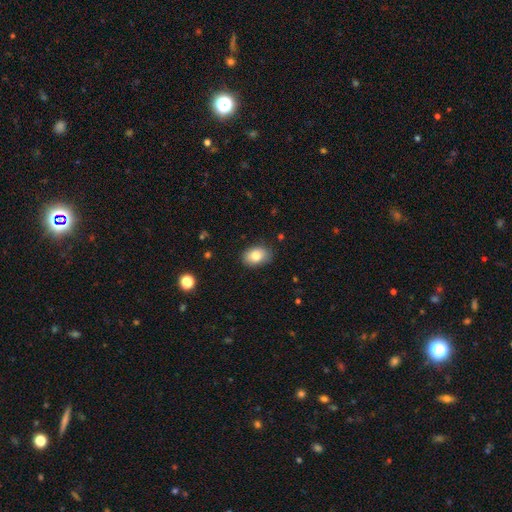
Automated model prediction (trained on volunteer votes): smooth_or_featured: smooth (p=0.83) [alt: featured or disk p=0.09]
how_rounded: in between (p=0.83) [alt: round p=0.16]
merging: none (p=0.84) [alt: minor disturbance p=0.12]